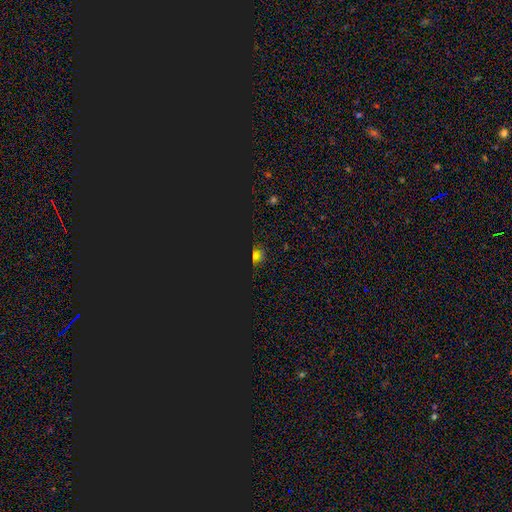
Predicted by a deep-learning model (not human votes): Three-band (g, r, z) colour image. It shows a star or artifact, not a galaxy (62%).